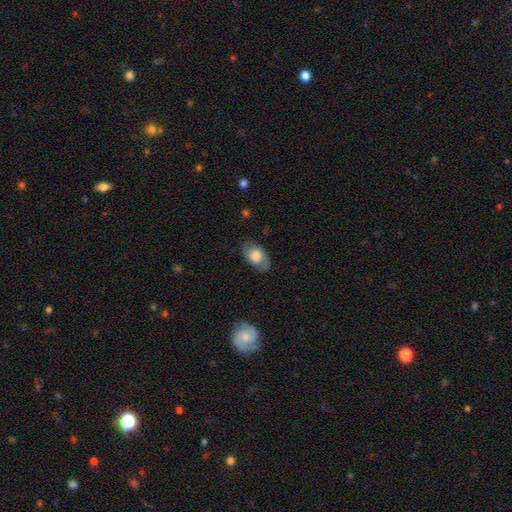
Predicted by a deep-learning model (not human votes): A smooth galaxy with no disk features (64%) that is in between round and cigar-shaped (89%). Merging: none (77%).